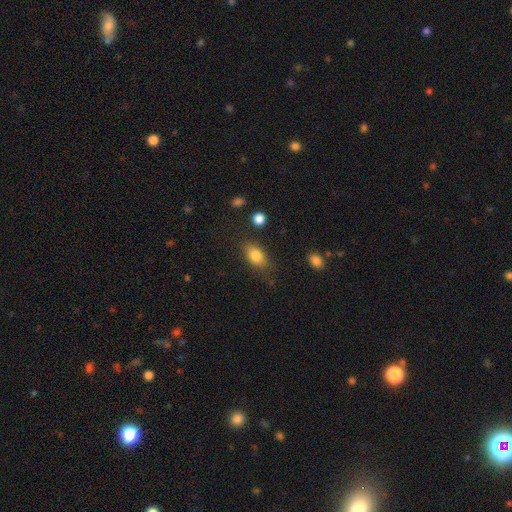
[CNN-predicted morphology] smooth 82%, featured or disk 10%, star or artifact 8%. Down the decision tree: how rounded — in between (84%); merging — none (77%).